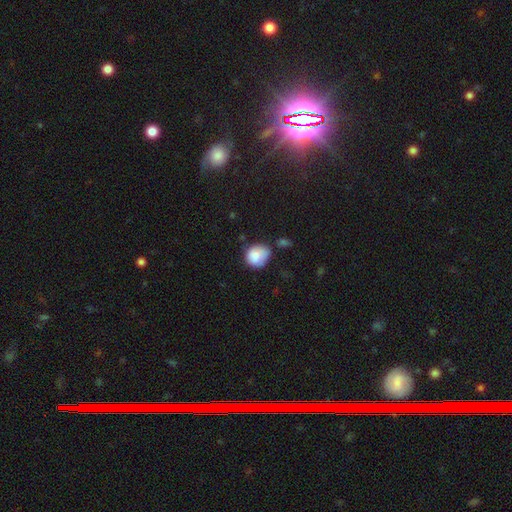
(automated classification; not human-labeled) A smooth galaxy with no disk features (80%) that is round (69%). Merging: none (44%).